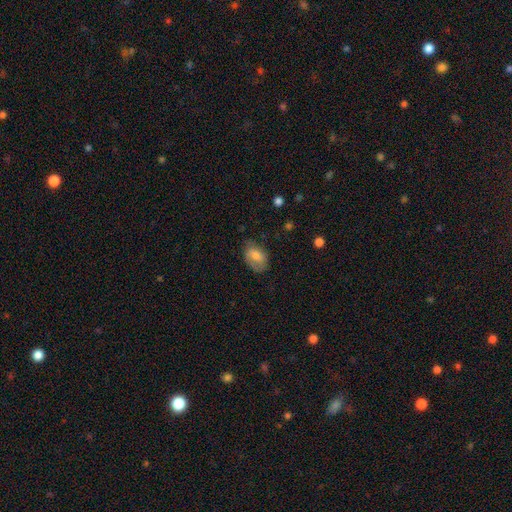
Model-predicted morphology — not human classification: The model was most divided on "merging": none: 63%, minor disturbance: 27%, major disturbance: 9%, merger: 1%. More confident: how rounded — in between (86%); smooth or featured — smooth (70%).